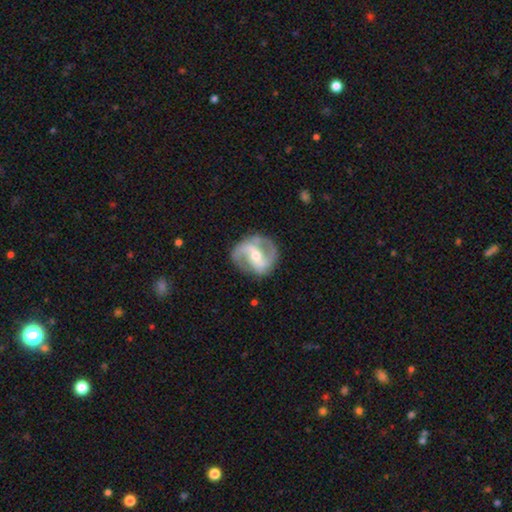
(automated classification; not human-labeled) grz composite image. It shows a featured or disk galaxy (88%) with a weak bar (39%), 2 (88%) medium (54%) spiral arms (96%) and a moderate central bulge (53%). Merging: none (81%).